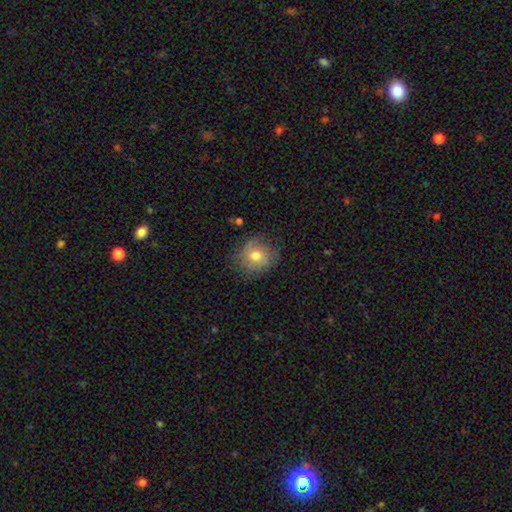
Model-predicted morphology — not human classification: This is likely a smooth galaxy (67%). How rounded: likely round (78%). Merging: likely none (73%).